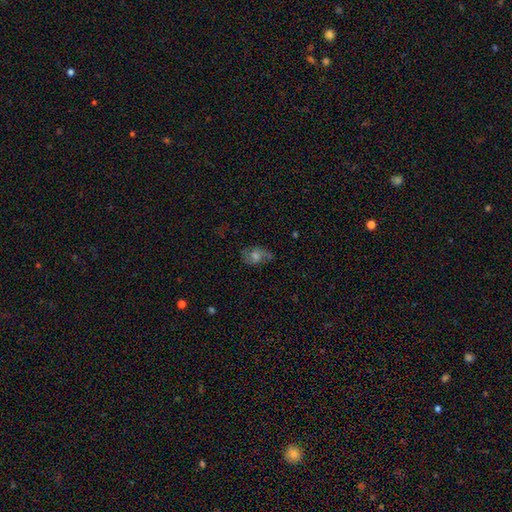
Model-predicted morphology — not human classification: type=featured or disk (53%); edge-on=no (94%); merging=none (67%).